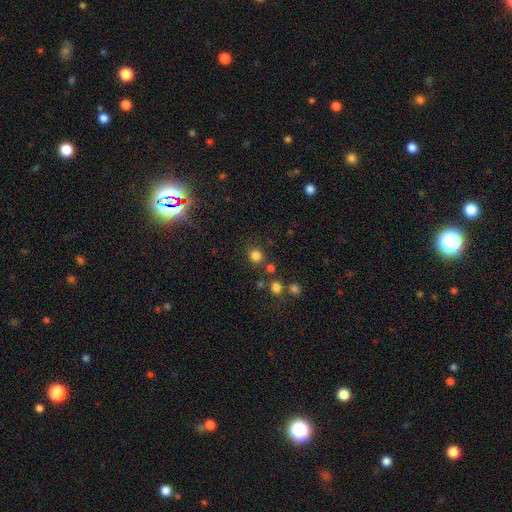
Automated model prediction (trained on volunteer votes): Morphology: type=smooth (80%); roundness=round (89%); merging=none (81%).